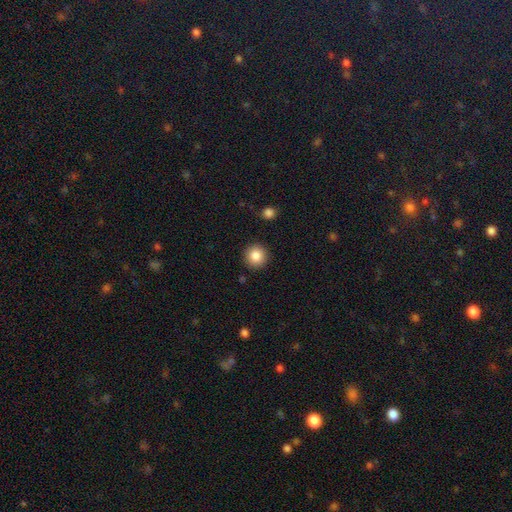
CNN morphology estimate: A smooth galaxy with no disk features (86%) that is round (94%). Merging: none (90%).